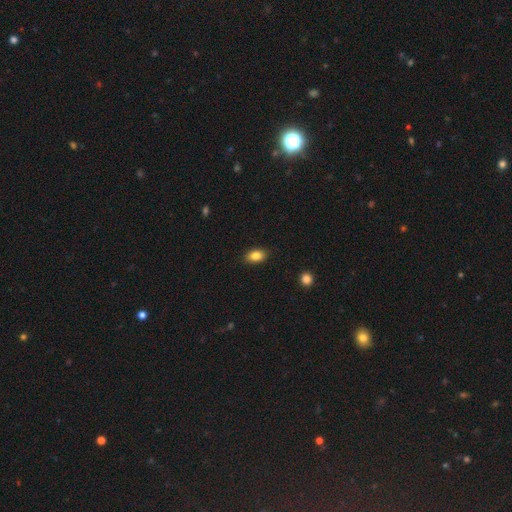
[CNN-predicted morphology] The model was most divided on "how rounded": in between: 86%, round: 12%, cigar-shaped: 2%. More confident: merging — none (88%); smooth or featured — smooth (85%).